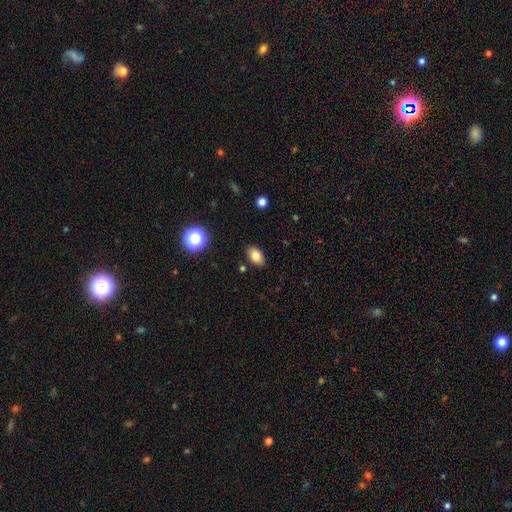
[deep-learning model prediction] A smooth galaxy with no disk features (81%) that is in between round and cigar-shaped (88%). Merging: none (86%).